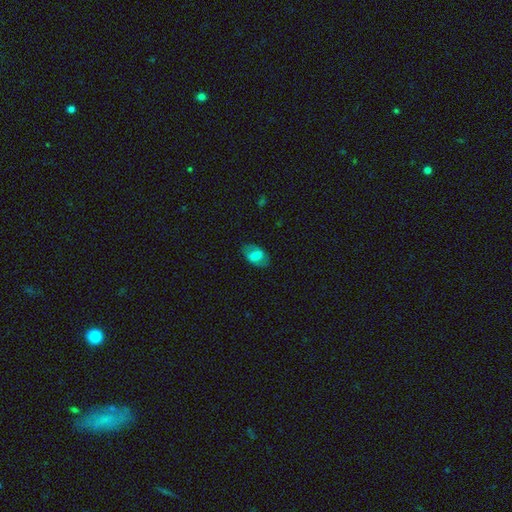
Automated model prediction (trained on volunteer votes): Smooth or featured? Predicted: smooth (p=0.62). How rounded? Predicted: in between (p=0.88). Merging? Predicted: none (p=0.77).